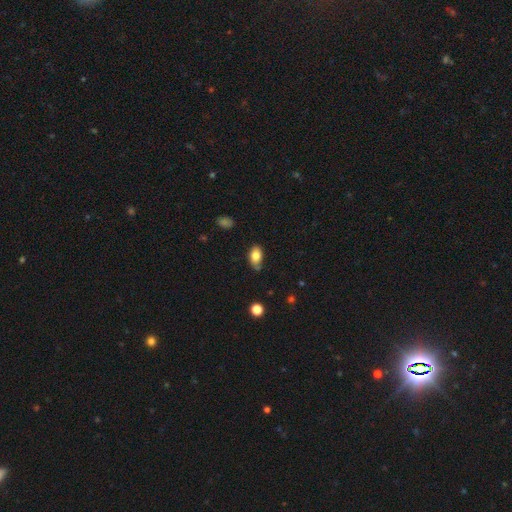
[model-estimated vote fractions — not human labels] The model was most divided on "merging": none: 65%, minor disturbance: 27%, major disturbance: 5%, merger: 3%. More confident: how rounded — in between (90%); smooth or featured — smooth (80%).